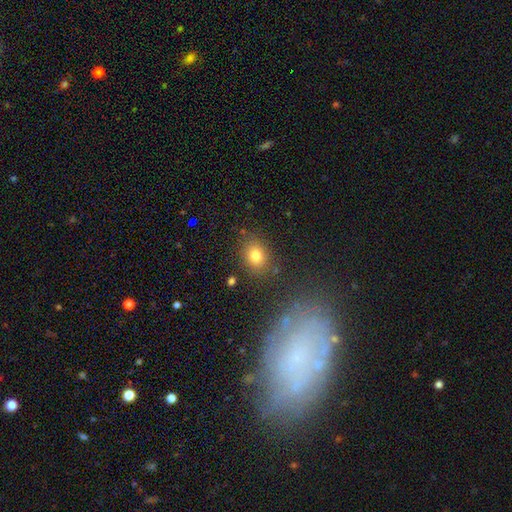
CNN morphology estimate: Smooth or featured?
  - smooth: 80% *
  - star or artifact: 12%
  - featured or disk: 8%
How rounded?
  - in between: 56% *
  - round: 43%
  - cigar-shaped: 1%
Merging?
  - none: 80% *
  - minor disturbance: 12%
  - merger: 4%
  - major disturbance: 4%